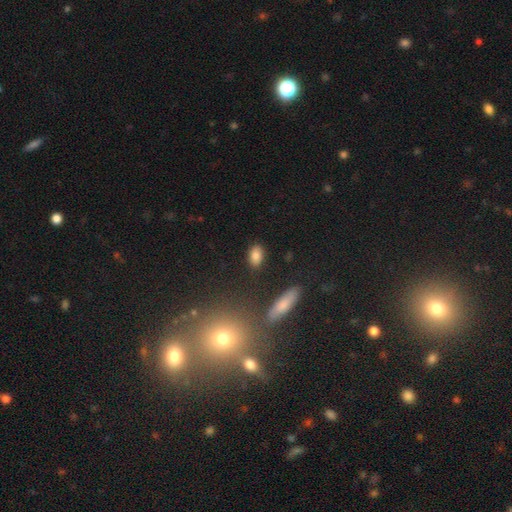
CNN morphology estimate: type=smooth (82%); roundness=in between (87%); merging=none (84%).